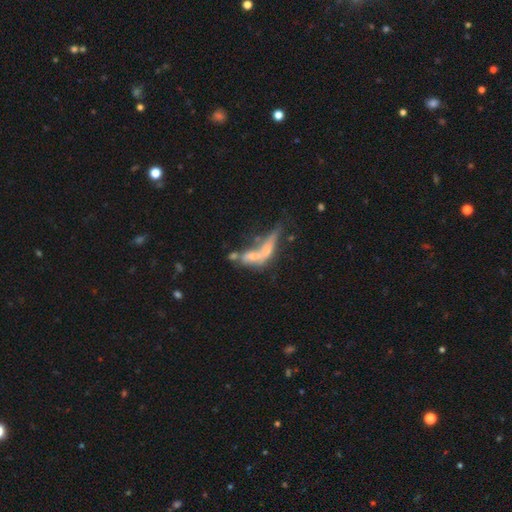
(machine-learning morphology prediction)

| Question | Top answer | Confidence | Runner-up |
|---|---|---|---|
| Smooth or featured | featured or disk | 50% | smooth (37%) |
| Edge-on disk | no | 79% | yes (21%) |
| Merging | merger | 57% | major disturbance (18%) |